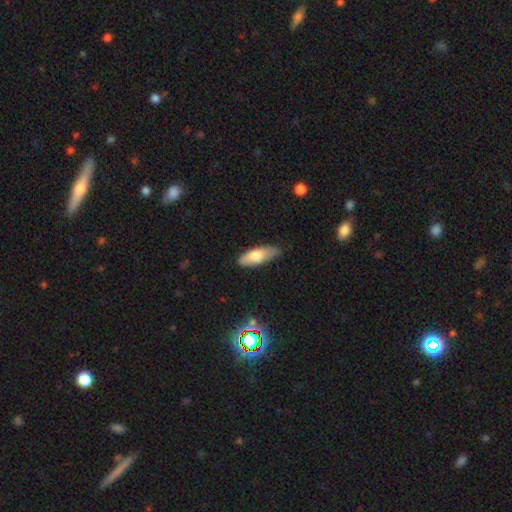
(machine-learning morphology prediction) smooth_or_featured: smooth (p=0.73) [alt: featured or disk p=0.21]
how_rounded: in between (p=0.70) [alt: cigar-shaped p=0.28]
merging: none (p=0.77) [alt: minor disturbance p=0.19]